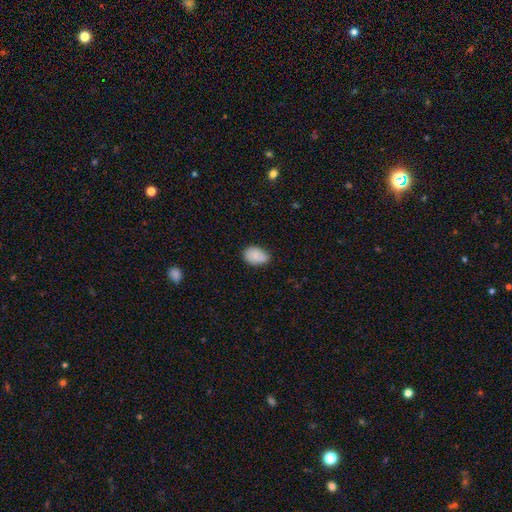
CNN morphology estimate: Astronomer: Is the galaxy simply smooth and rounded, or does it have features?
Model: smooth — 83%.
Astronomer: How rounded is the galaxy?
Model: in between — 83%.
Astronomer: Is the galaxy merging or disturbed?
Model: none — 65%.